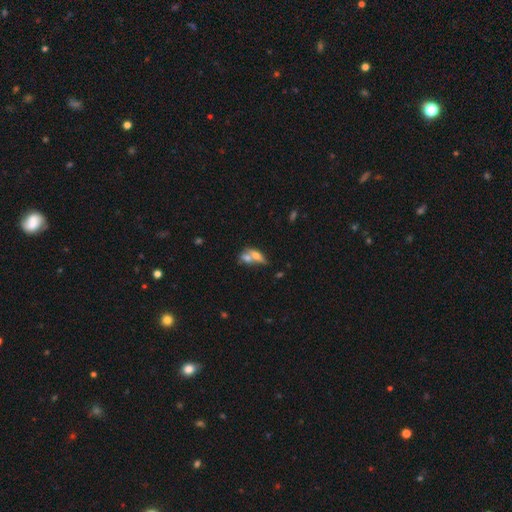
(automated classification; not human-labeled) This appears to be a smooth galaxy with no disk features (54%) that is in between round and cigar-shaped (65%). Merging: merger (59%).